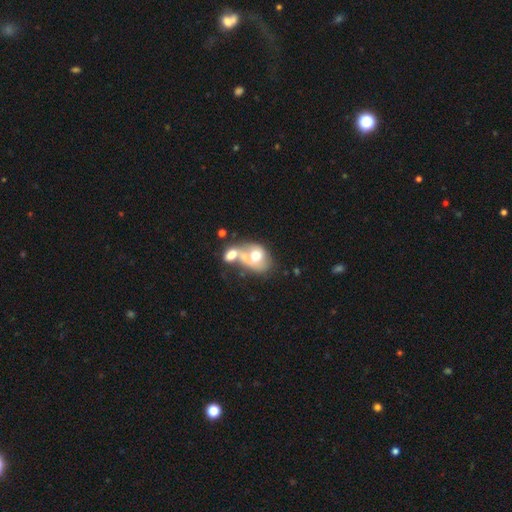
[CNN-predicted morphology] A smooth galaxy with no disk features (57%) that is in between round and cigar-shaped (70%). Merging: merger (71%).